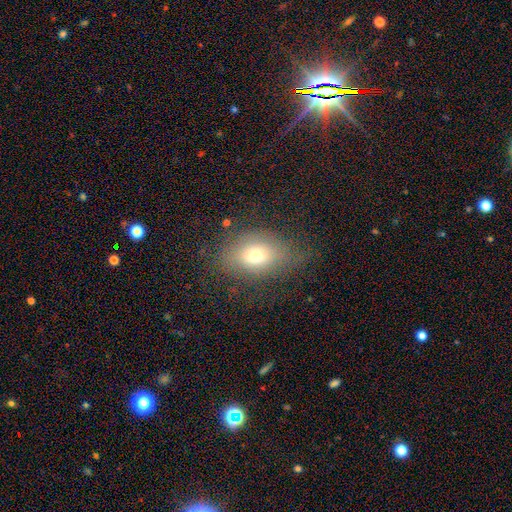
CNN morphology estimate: This is likely a smooth galaxy (67%). How rounded: likely in between (73%). Merging: likely none (65%).